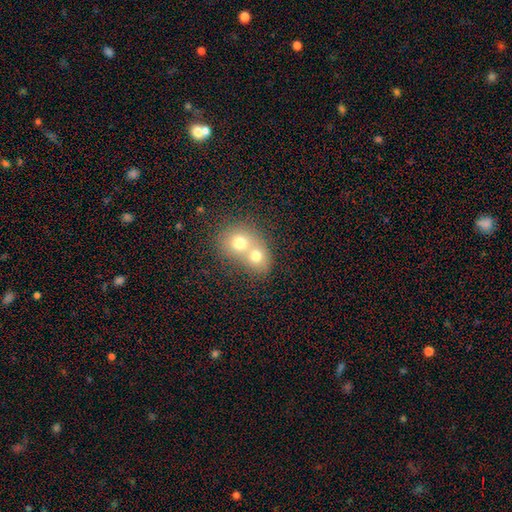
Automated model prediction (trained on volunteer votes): A smooth galaxy with no disk features (70%) that is round (68%). Merging: merger (71%).